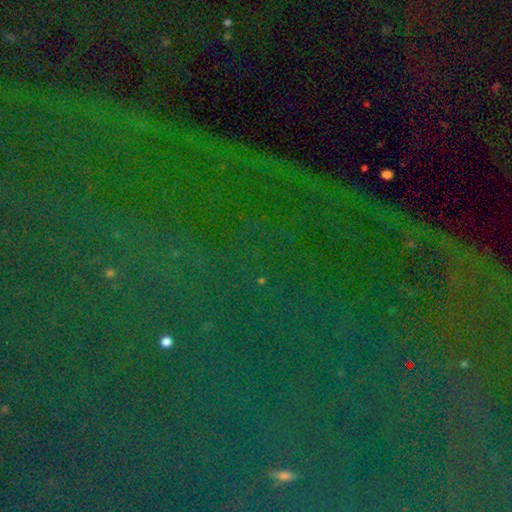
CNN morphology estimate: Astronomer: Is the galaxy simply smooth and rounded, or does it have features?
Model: star or artifact — 81%.